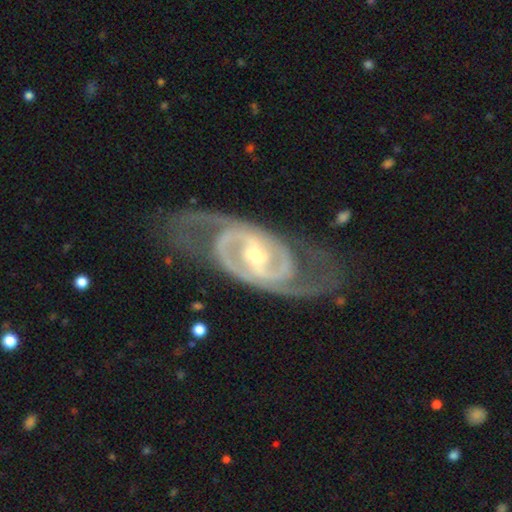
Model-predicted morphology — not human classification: Smooth or featured: featured or disk — 92% (star or artifact — 4%)
Edge-on disk: no — 95% (yes — 5%)
Bar: strong — 41% (weak — 37%)
Spiral arms: yes — 97% (no — 3%)
Spiral winding: tight — 45% (tied with medium — 45%)
Spiral arm count: 2 — 87% (can't tell — 4%)
Bulge size: small — 49% (moderate — 47%)
Merging: none — 71% (minor disturbance — 16%)